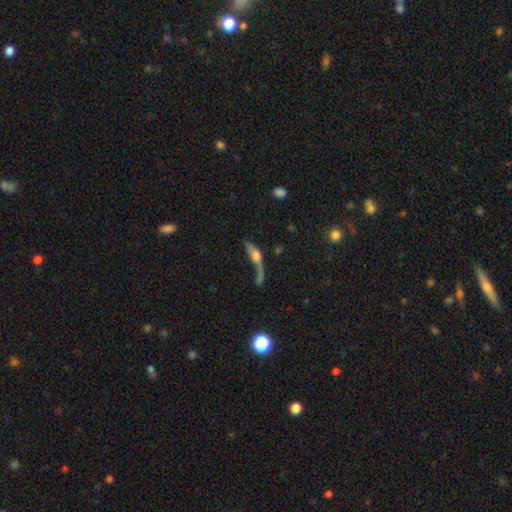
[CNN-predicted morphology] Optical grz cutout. It shows a smooth galaxy with no disk features (45%). Merging: major disturbance (41%).